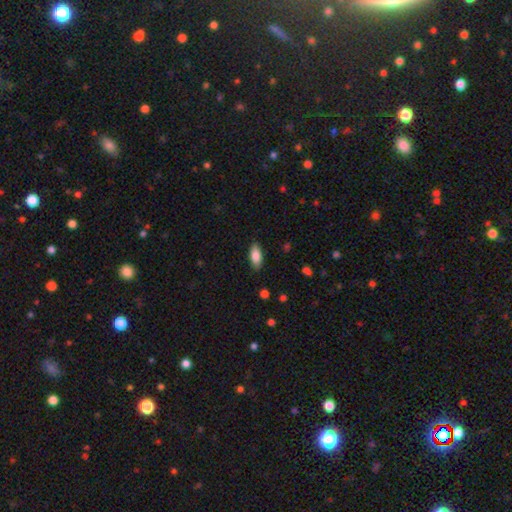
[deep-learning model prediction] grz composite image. It shows a smooth galaxy with no disk features (83%) that is in between round and cigar-shaped (84%). Merging: none (87%).